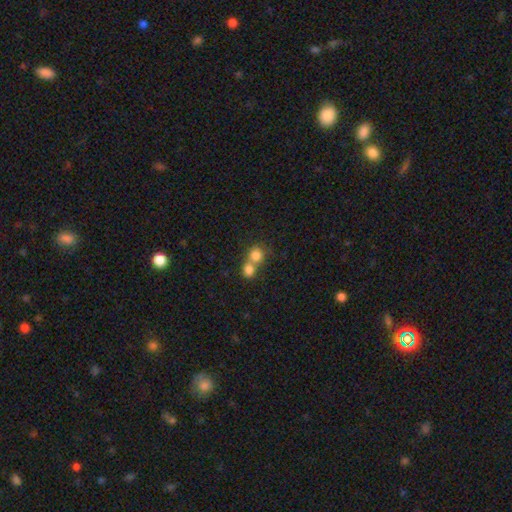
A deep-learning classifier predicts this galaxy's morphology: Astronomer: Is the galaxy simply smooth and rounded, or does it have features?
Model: smooth — 80%.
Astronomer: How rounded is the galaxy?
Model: round — 81%.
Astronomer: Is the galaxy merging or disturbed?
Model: merger — 60%.